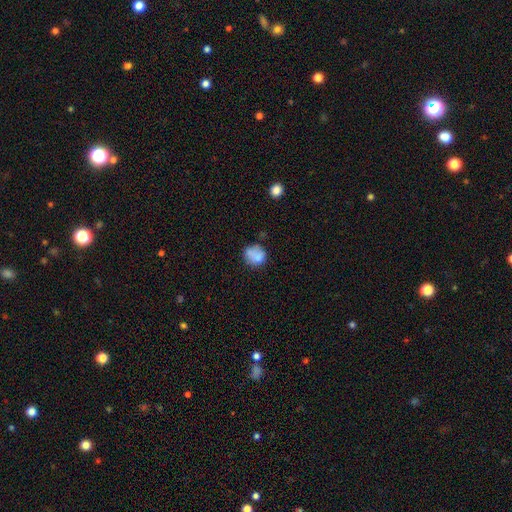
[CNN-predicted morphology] smooth-or-featured: smooth: 76% | featured or disk: 15% | star or artifact: 10%
  how-rounded: round: 74% | in between: 25% | cigar-shaped: 1%
  merging: none: 54% | minor disturbance: 24% | merger: 13% | major disturbance: 10%